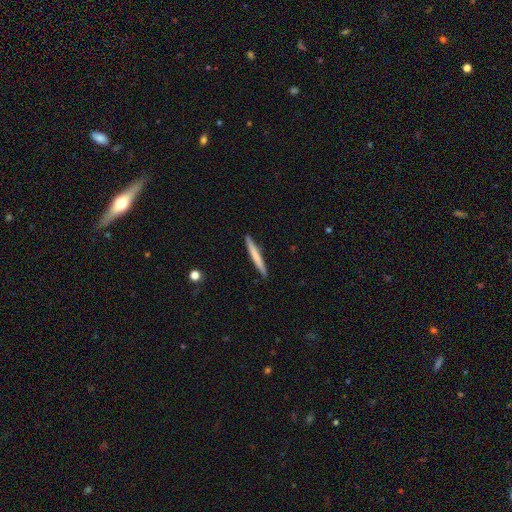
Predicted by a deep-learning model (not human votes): A smooth galaxy with no disk features (69%) that is cigar-shaped (96%).

Vote fractions:
- Smooth or featured? smooth: 69% / featured or disk: 26% / star or artifact: 5%
- How rounded? cigar-shaped: 96% / in between: 2% / round: 1%
- Merging? none: 91% / minor disturbance: 6% / major disturbance: 1% / merger: 1%